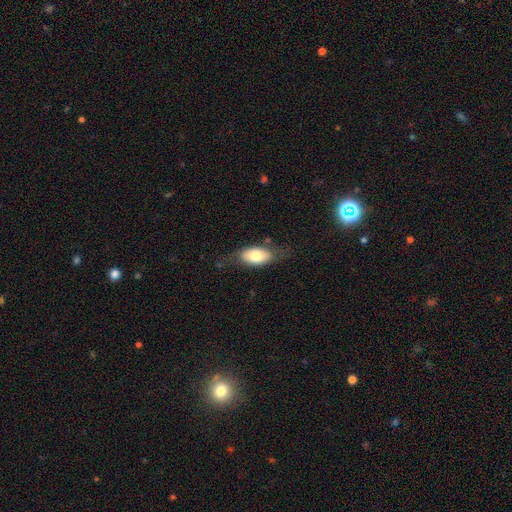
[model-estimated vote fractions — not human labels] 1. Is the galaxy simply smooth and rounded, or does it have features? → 69% smooth, 24% featured or disk, 7% star or artifact.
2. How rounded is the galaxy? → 90% in between, 6% cigar-shaped, 5% round.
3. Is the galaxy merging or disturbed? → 68% none, 21% minor disturbance, 9% major disturbance, 2% merger.